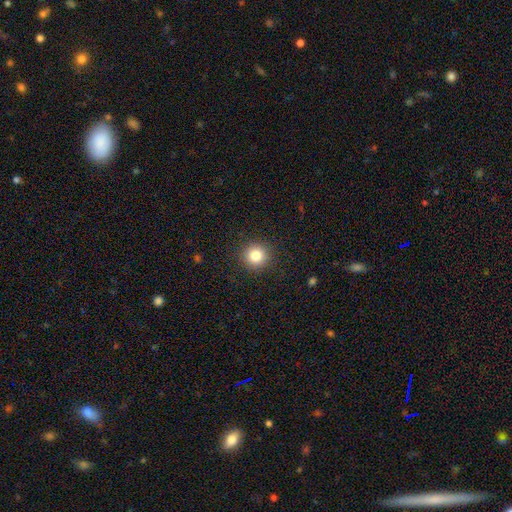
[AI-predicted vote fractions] The model was most divided on "smooth or featured": smooth: 83%, star or artifact: 11%, featured or disk: 6%. More confident: how rounded — round (95%); merging — none (92%).